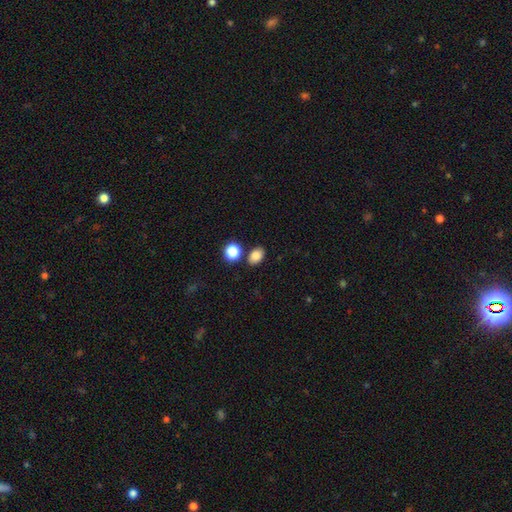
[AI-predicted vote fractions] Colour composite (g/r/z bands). It shows a smooth galaxy with no disk features (84%) that is in between round and cigar-shaped (75%). Merging: none (78%).